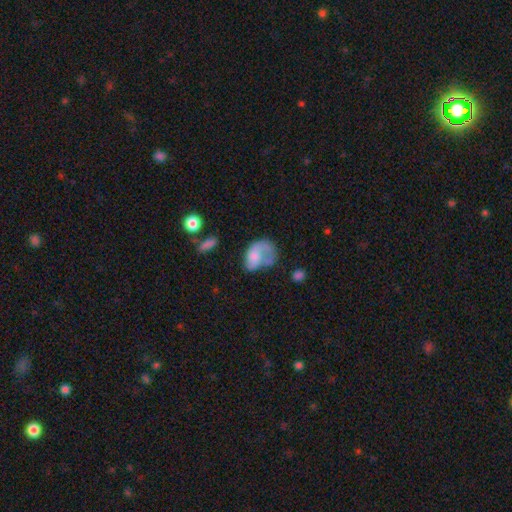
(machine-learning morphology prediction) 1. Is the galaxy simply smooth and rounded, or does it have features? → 56% smooth, 35% featured or disk, 9% star or artifact.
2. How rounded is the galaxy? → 75% in between, 24% round, 1% cigar-shaped.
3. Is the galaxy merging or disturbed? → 45% major disturbance, 25% none, 22% minor disturbance, 8% merger.